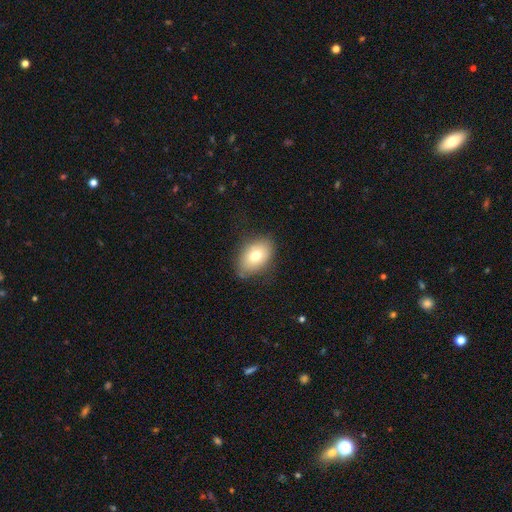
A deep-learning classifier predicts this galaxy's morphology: The model was most divided on "smooth or featured": smooth: 72%, featured or disk: 19%, star or artifact: 9%. More confident: how rounded — in between (85%); merging — none (77%).